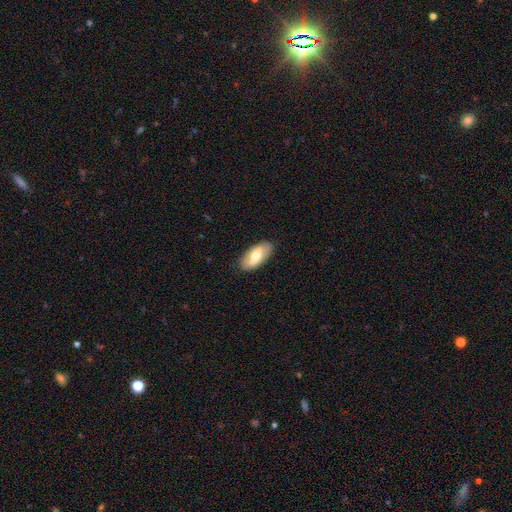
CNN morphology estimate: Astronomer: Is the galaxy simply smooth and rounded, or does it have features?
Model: smooth — 61%.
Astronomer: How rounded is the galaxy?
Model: in between — 91%.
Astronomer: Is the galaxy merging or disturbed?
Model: none — 86%.